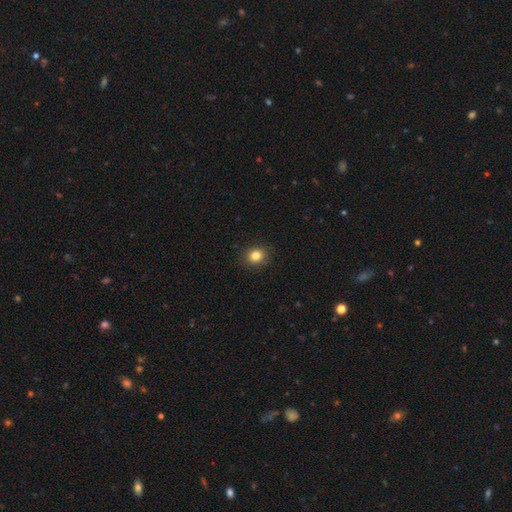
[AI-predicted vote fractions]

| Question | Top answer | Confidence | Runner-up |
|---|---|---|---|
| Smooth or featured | smooth | 83% | star or artifact (11%) |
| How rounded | round | 71% | in between (28%) |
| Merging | none | 88% | minor disturbance (8%) |